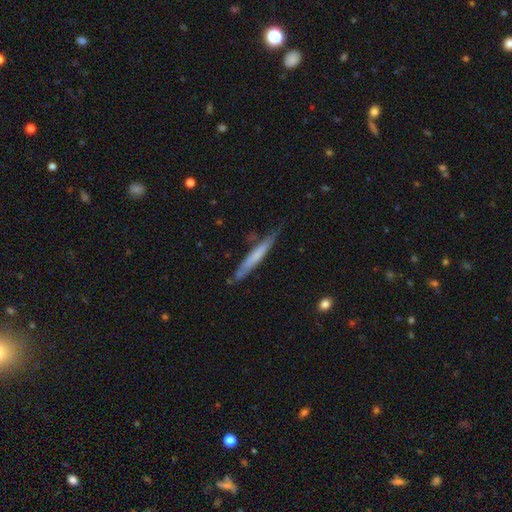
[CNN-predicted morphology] Smooth or featured: smooth — 53% (featured or disk — 41%)
How rounded: cigar-shaped — 95% (in between — 4%)
Merging: none — 74% (minor disturbance — 20%)